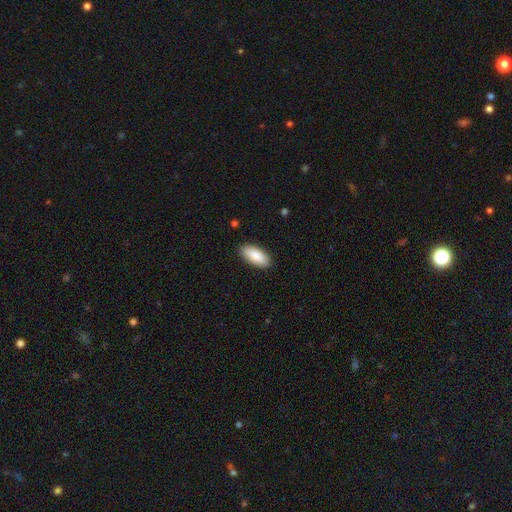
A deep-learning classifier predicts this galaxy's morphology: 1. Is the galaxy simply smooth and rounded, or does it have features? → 88% smooth, 6% featured or disk, 6% star or artifact.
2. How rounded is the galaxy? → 88% in between, 10% cigar-shaped, 2% round.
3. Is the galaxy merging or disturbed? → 89% none, 8% minor disturbance, 2% major disturbance, 1% merger.